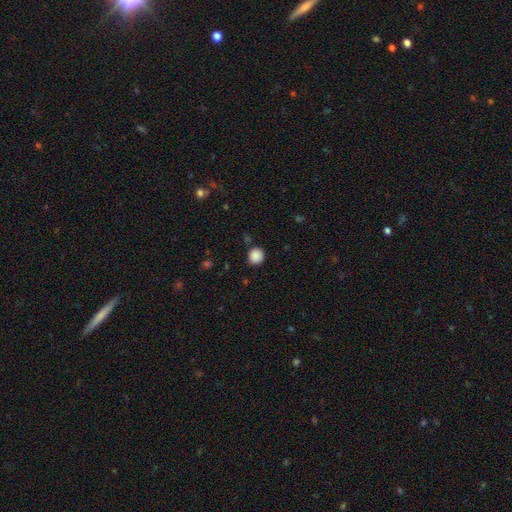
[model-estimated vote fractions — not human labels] Q: Smooth or featured?
A: smooth (88%); runner-up: star or artifact (10%)
Q: How rounded?
A: round (91%); runner-up: in between (9%)
Q: Merging?
A: none (87%); runner-up: minor disturbance (8%)